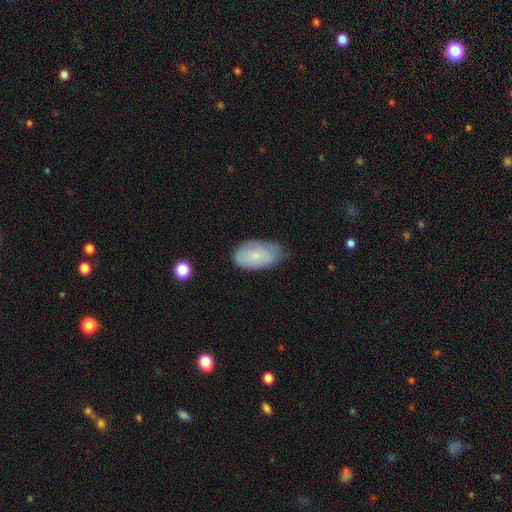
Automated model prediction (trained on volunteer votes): Smooth or featured: smooth — 78% (featured or disk — 15%)
How rounded: in between — 94% (round — 4%)
Merging: none — 62% (minor disturbance — 30%)